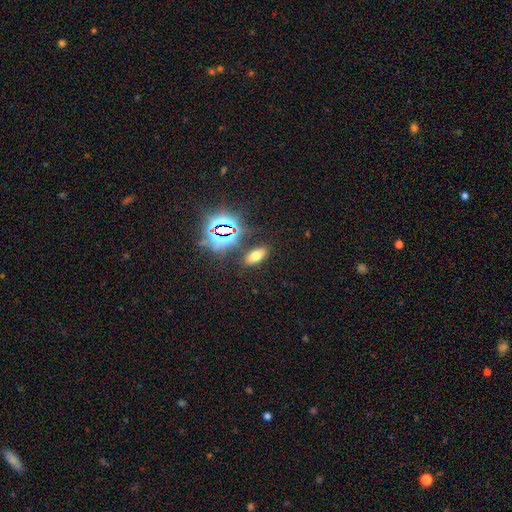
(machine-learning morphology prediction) Overall: smooth (53%; star or artifact 35%). How rounded: in between (84%). Merging: none (86%).